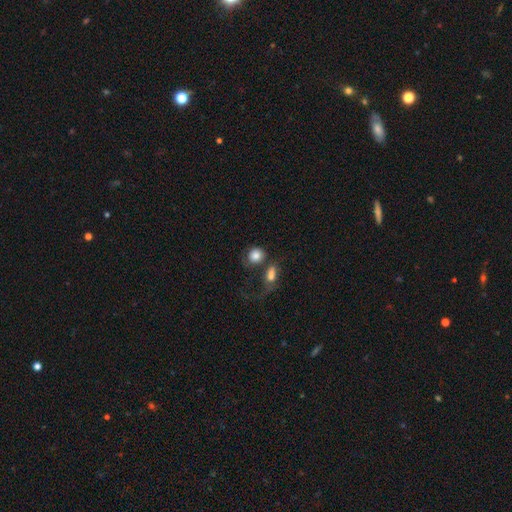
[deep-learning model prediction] smooth_or_featured: smooth (p=0.82) [alt: featured or disk p=0.09]
how_rounded: round (p=0.71) [alt: in between p=0.28]
merging: none (p=0.40) [alt: merger p=0.32]